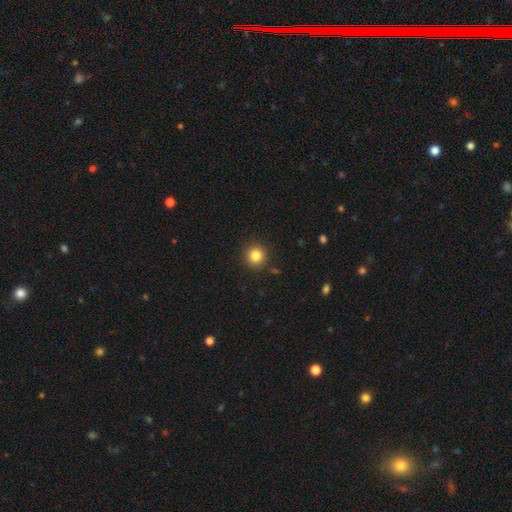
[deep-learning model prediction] Smooth or featured? smooth (83%)
How rounded? round (94%)
Merging? none (89%)